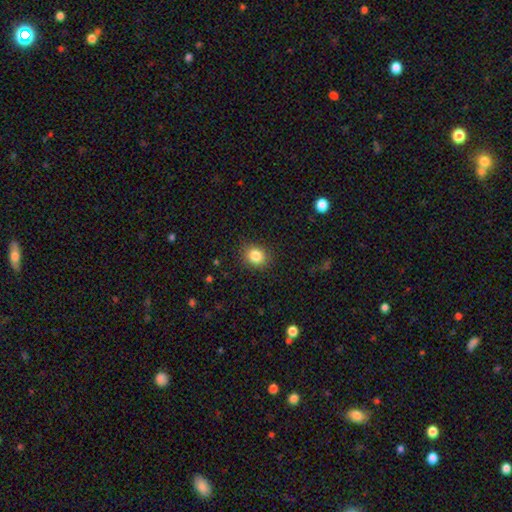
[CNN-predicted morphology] This is clearly a smooth galaxy (84%). How rounded: likely round (67%). Merging: clearly none (87%).